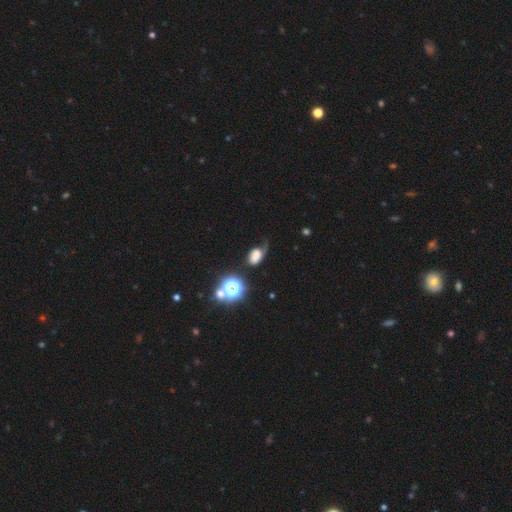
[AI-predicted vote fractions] Smooth or featured: smooth — 65% (featured or disk — 19%)
How rounded: in between — 72% (round — 26%)
Merging: major disturbance — 32% (tied with none — 32%)